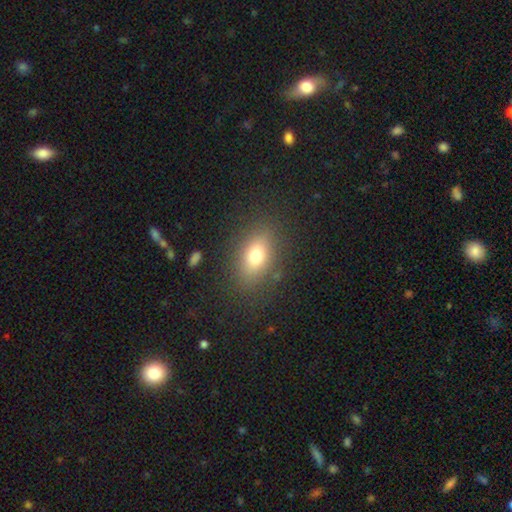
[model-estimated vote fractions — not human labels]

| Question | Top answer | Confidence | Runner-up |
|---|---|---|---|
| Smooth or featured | smooth | 75% | featured or disk (14%) |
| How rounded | in between | 79% | round (17%) |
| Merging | none | 83% | minor disturbance (10%) |